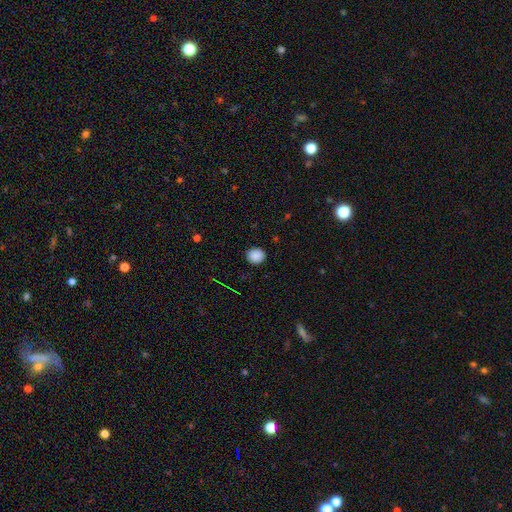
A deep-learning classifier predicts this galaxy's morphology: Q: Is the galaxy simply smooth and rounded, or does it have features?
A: smooth — 87%.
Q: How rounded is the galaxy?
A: round — 83%.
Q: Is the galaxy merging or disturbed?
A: none — 90%.